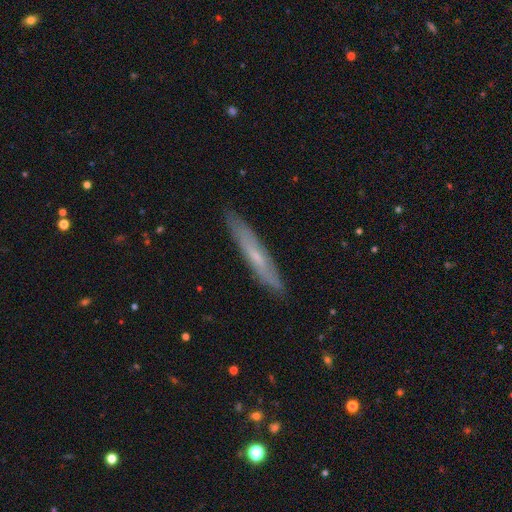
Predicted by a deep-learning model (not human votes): Morphology: type=featured or disk (47%); merging=none (87%).